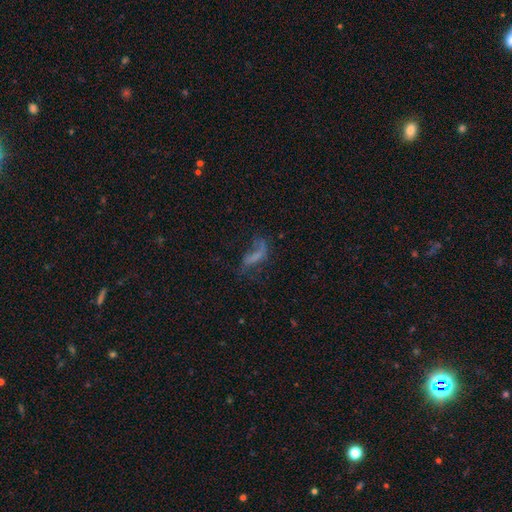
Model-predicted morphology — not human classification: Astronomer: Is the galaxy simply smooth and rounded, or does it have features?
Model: featured or disk — 41% (runner-up: smooth, 40%).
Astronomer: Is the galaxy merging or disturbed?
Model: major disturbance — 45% (runner-up: none, 31%).